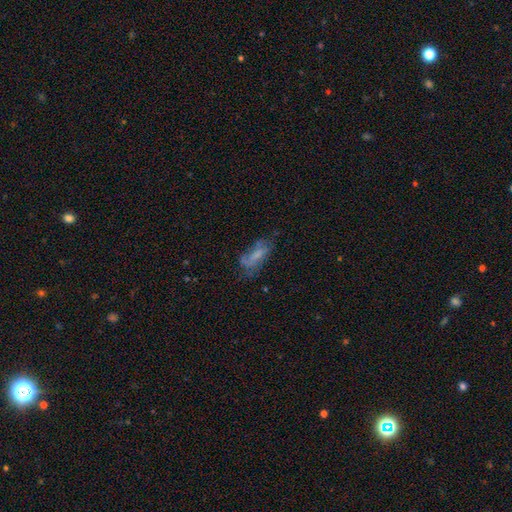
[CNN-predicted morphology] This is possibly a smooth galaxy (46%). Merging: possibly none (45%).